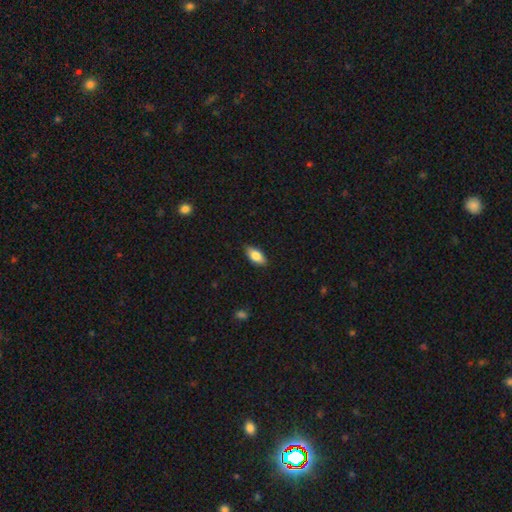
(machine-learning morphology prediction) Smooth or featured? Predicted: smooth (p=0.78). How rounded? Predicted: in between (p=0.87). Merging? Predicted: none (p=0.86).